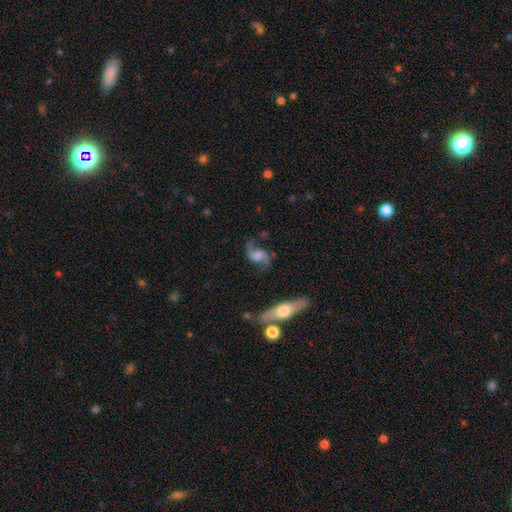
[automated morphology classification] smooth_or_featured: featured or disk (p=0.85) [alt: smooth p=0.10]
disk_edge_on: no (p=0.94) [alt: yes p=0.06]
bar: no (p=0.57) [alt: weak p=0.35]
has_spiral_arms: yes (p=0.96) [alt: no p=0.04]
spiral_winding: loose (p=0.65) [alt: medium p=0.29]
spiral_arm_count: 2 (p=0.93) [alt: can't tell p=0.02]
bulge_size: none (p=0.30) [alt: moderate p=0.28]
merging: none (p=0.73) [alt: minor disturbance p=0.17]